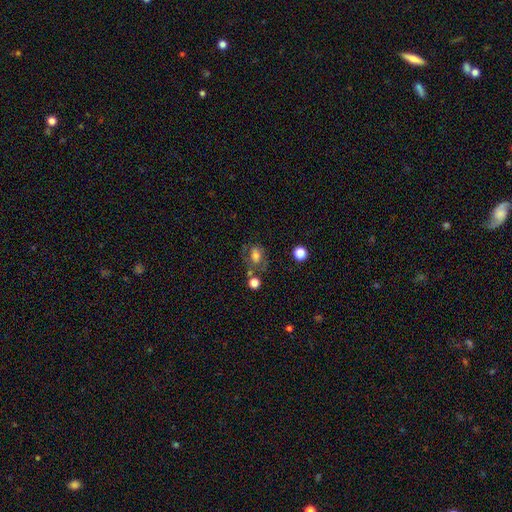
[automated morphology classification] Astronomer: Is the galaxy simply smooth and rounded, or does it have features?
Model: smooth — 61%.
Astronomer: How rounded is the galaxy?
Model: in between — 58% (runner-up: round, 40%).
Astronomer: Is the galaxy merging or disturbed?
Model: none — 52%.